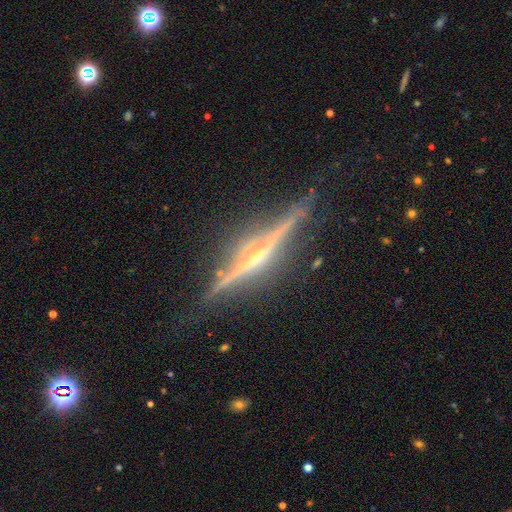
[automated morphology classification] featured or disk 88%, star or artifact 6%, smooth 6%. Down the decision tree: edge-on disk — yes (98%); edge-on bulge — rounded (67%); merging — none (84%).